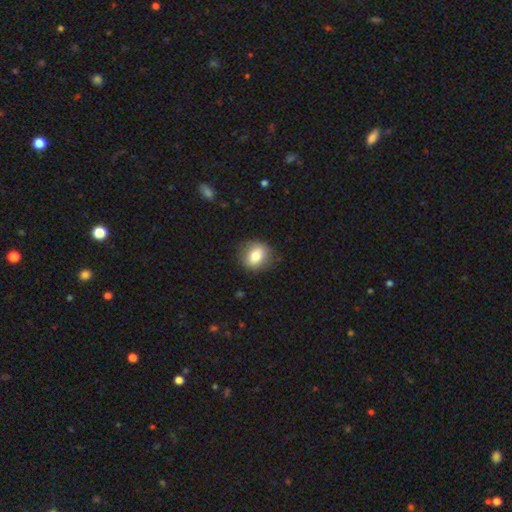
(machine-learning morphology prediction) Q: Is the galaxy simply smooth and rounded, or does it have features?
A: smooth — 75%.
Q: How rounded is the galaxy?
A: round — 70%.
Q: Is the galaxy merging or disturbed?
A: none — 82%.